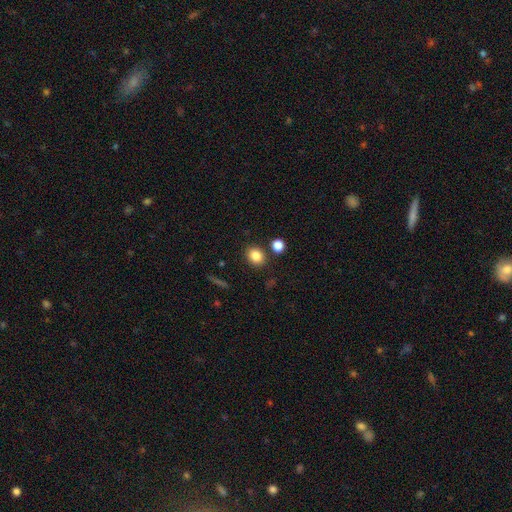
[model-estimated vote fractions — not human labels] smooth 85%, star or artifact 10%, featured or disk 6%. Down the decision tree: how rounded — round (53%); merging — none (83%).